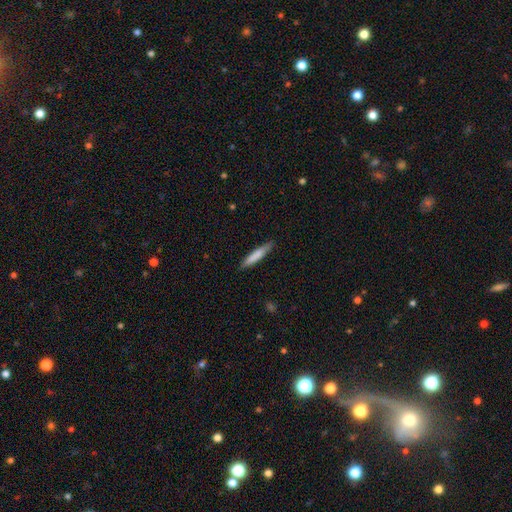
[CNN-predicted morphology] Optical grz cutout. It shows a smooth galaxy with no disk features (76%) that is cigar-shaped (92%). Merging: none (87%).